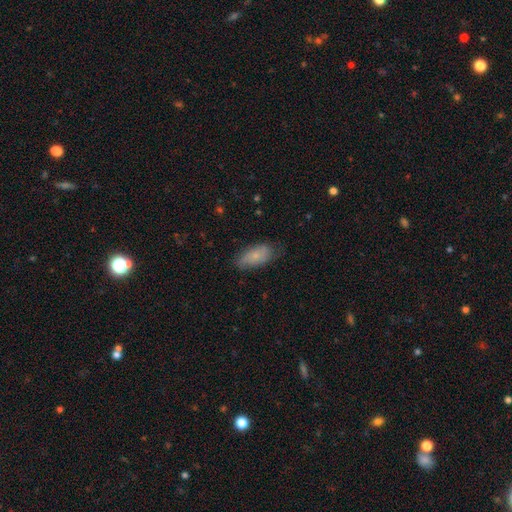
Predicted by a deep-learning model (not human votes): The model was most divided on "merging": none: 70%, minor disturbance: 24%, major disturbance: 5%, merger: 1%. More confident: how rounded — in between (88%); smooth or featured — smooth (74%).